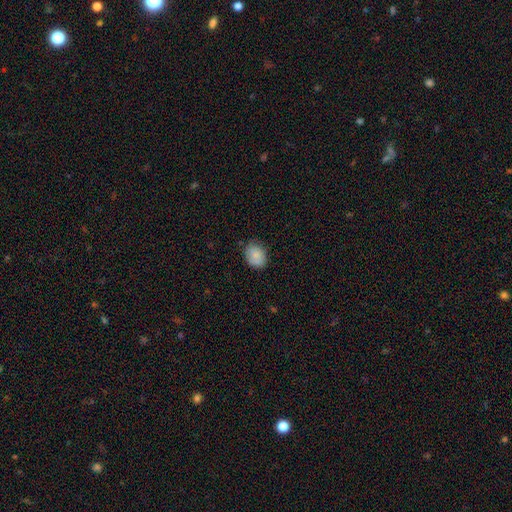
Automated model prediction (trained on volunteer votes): This appears to be a smooth galaxy with no disk features (83%) that is in between round and cigar-shaped (53%). Merging: none (77%).